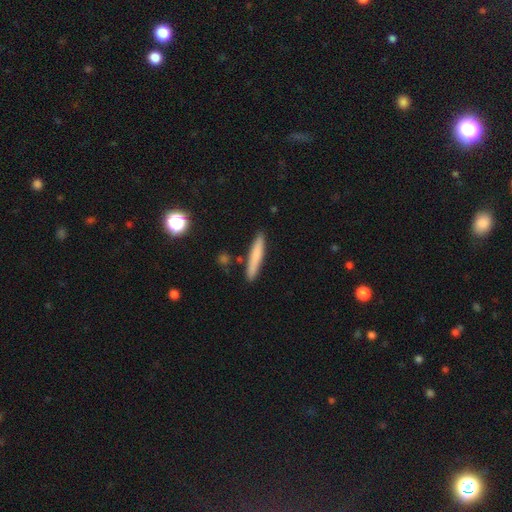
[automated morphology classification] Smooth or featured? Predicted: smooth (p=0.74). How rounded? Predicted: cigar-shaped (p=0.93). Merging? Predicted: none (p=0.87).